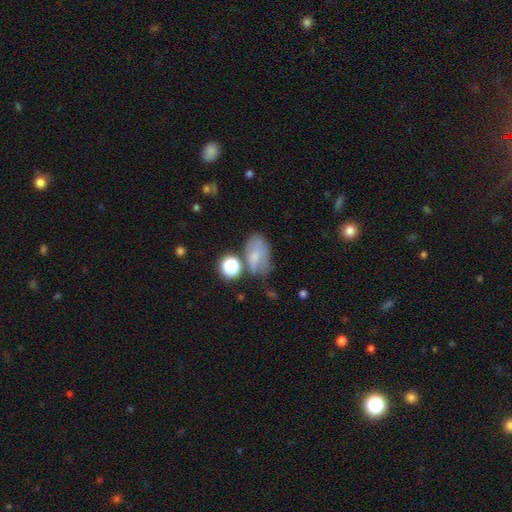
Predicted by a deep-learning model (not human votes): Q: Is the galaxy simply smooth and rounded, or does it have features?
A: smooth — 56%.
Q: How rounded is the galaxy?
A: in between — 84%.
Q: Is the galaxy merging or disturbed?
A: none — 45%.